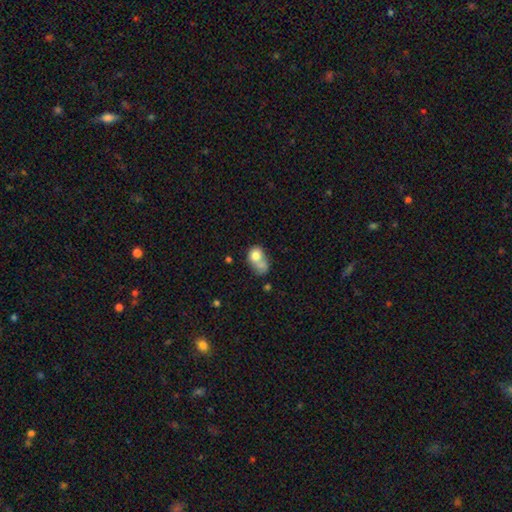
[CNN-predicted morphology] Overall: smooth (74%). How rounded: round (52%; in between 47%). Merging: merger (55%; none 22%).